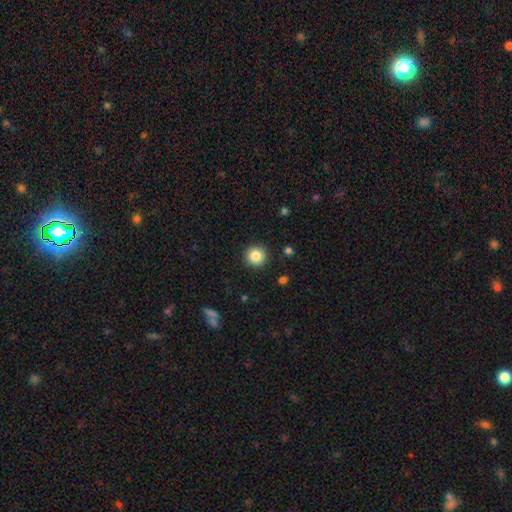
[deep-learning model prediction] smooth_or_featured: smooth (p=0.85) [alt: star or artifact p=0.10]
how_rounded: round (p=0.95) [alt: in between p=0.04]
merging: none (p=0.92) [alt: minor disturbance p=0.05]